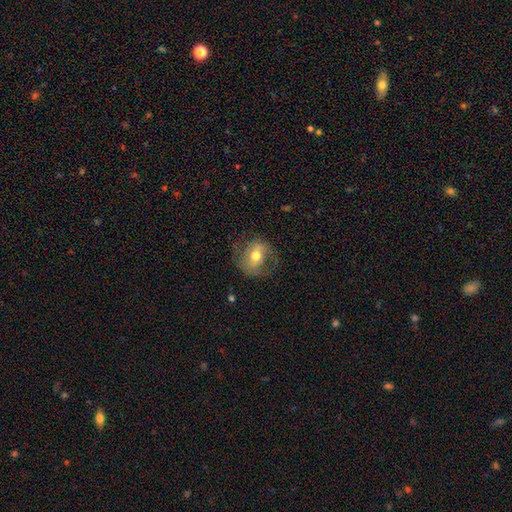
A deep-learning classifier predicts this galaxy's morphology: A featured or disk galaxy (55%) with a weak bar (40%), spiral arms (68%) and a moderate central bulge (73%).

Vote fractions:
- Smooth or featured? featured or disk: 55% / smooth: 38% / star or artifact: 7%
- Edge-on disk? no: 94% / yes: 6%
- Bar? weak: 40% / strong: 31% / no: 29%
- Spiral arms? yes: 68% / no: 32%
- Bulge size? moderate: 73% / small: 16% / large: 9% / none: 1% / dominant: 1%
- Merging? none: 68% / minor disturbance: 19% / major disturbance: 12% / merger: 1%